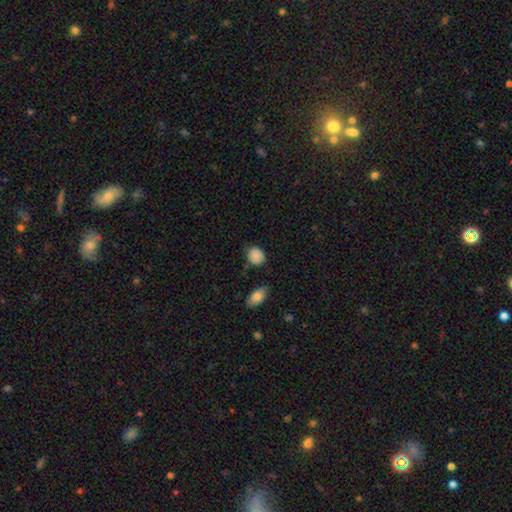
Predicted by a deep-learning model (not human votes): Q: Smooth or featured?
A: smooth (87%); runner-up: star or artifact (9%)
Q: How rounded?
A: round (61%); runner-up: in between (38%)
Q: Merging?
A: none (78%); runner-up: minor disturbance (16%)